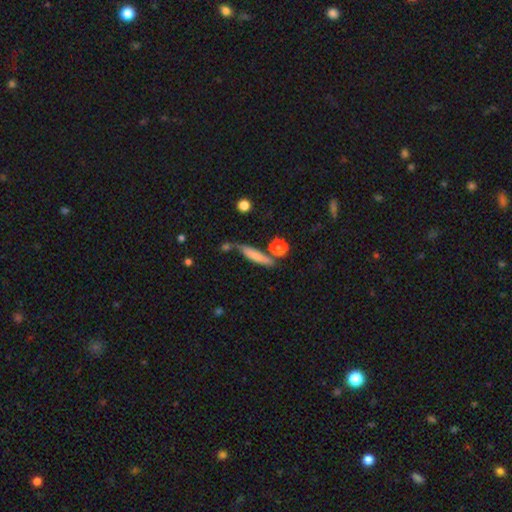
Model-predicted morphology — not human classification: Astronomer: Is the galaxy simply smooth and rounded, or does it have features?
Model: smooth — 69%.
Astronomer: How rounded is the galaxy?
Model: cigar-shaped — 83%.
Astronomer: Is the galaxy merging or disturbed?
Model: none — 66%.